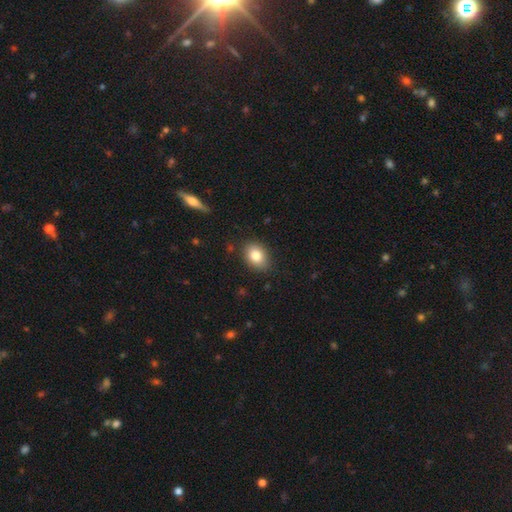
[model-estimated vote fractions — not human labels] Smooth or featured: smooth — 83% (featured or disk — 9%)
How rounded: in between — 72% (round — 27%)
Merging: none — 84% (minor disturbance — 11%)